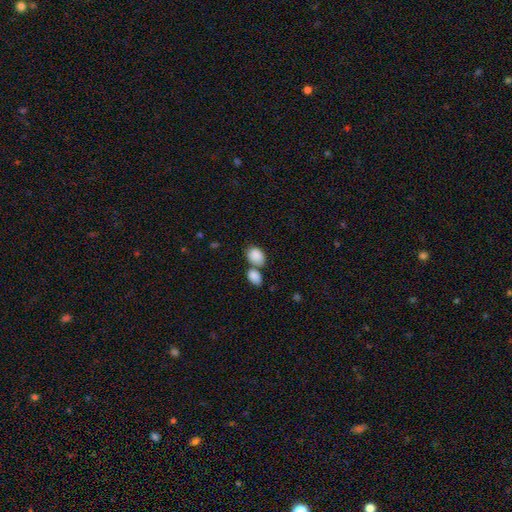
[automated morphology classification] smooth 87%, star or artifact 7%, featured or disk 6%. Down the decision tree: how rounded — in between (77%); merging — merger (46%).